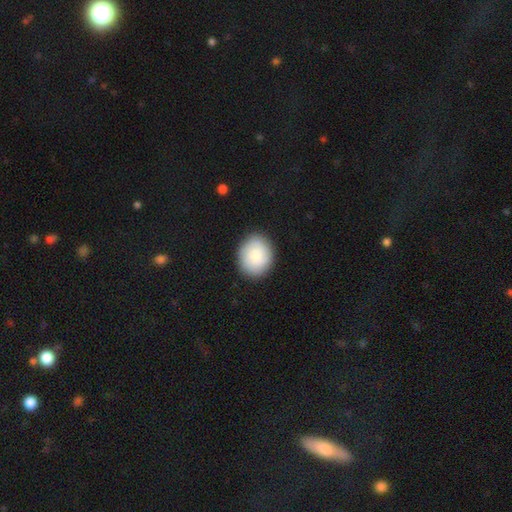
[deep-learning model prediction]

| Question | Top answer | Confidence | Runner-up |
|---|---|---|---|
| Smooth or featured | smooth | 86% | featured or disk (8%) |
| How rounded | round | 57% | in between (42%) |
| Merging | none | 88% | minor disturbance (9%) |